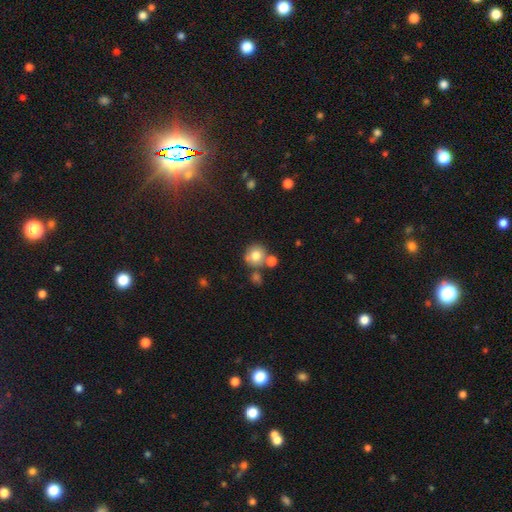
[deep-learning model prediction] Overall: smooth (75%). How rounded: round (88%). Merging: none (62%; merger 23%).